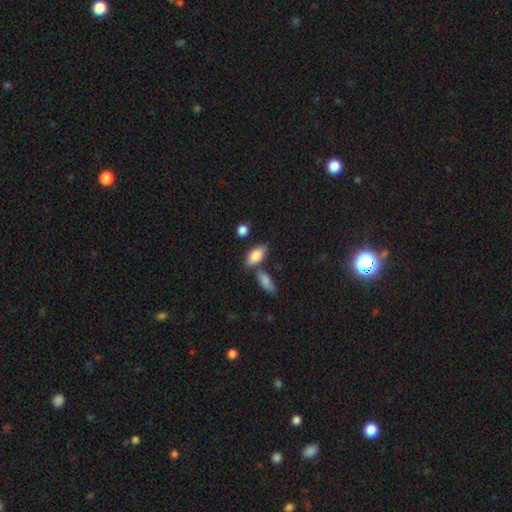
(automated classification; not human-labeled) The model was most divided on "merging": none: 66%, merger: 16%, minor disturbance: 14%, major disturbance: 4%. More confident: how rounded — in between (89%); smooth or featured — smooth (84%).